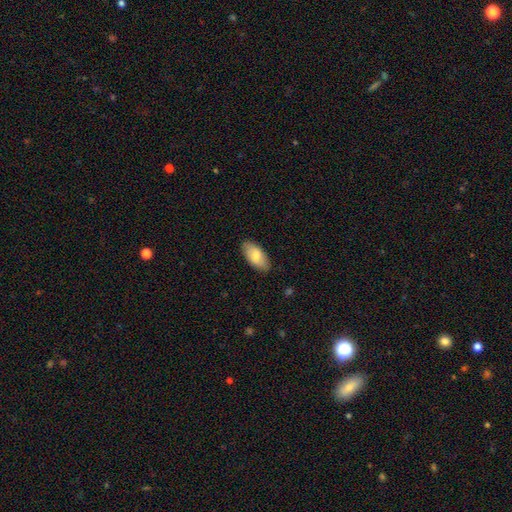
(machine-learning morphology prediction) Q: Smooth or featured?
A: smooth (75%); runner-up: featured or disk (19%)
Q: How rounded?
A: in between (93%); runner-up: cigar-shaped (5%)
Q: Merging?
A: none (85%); runner-up: minor disturbance (12%)